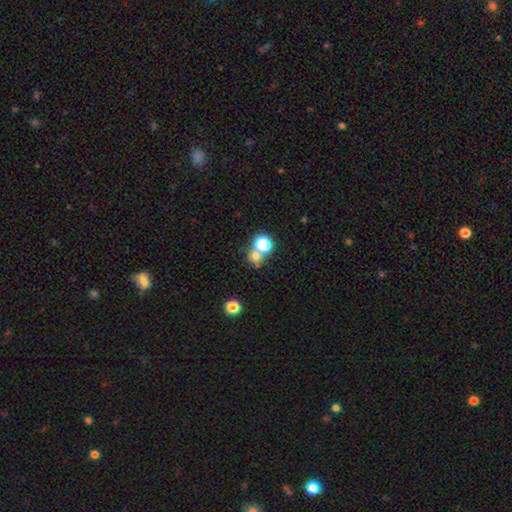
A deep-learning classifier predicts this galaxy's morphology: smooth-or-featured: smooth: 63% | star or artifact: 28% | featured or disk: 9%
  how-rounded: round: 84% | in between: 14% | cigar-shaped: 1%
  merging: none: 58% | merger: 30% | minor disturbance: 7% | major disturbance: 4%